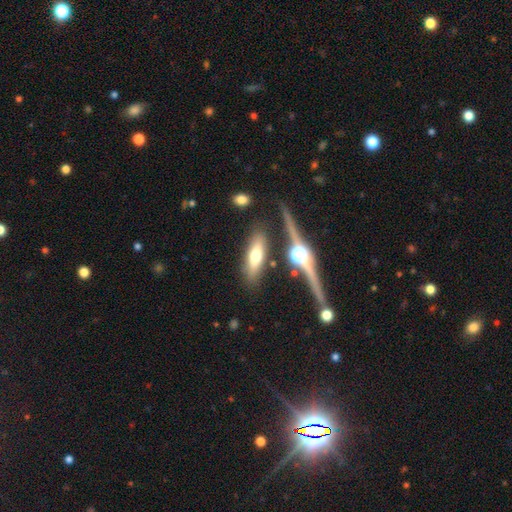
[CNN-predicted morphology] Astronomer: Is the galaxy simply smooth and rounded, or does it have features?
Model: smooth — 55% (runner-up: featured or disk, 35%).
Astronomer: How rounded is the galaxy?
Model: cigar-shaped — 50% (runner-up: in between, 47%).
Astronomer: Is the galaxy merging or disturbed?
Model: none — 77%.